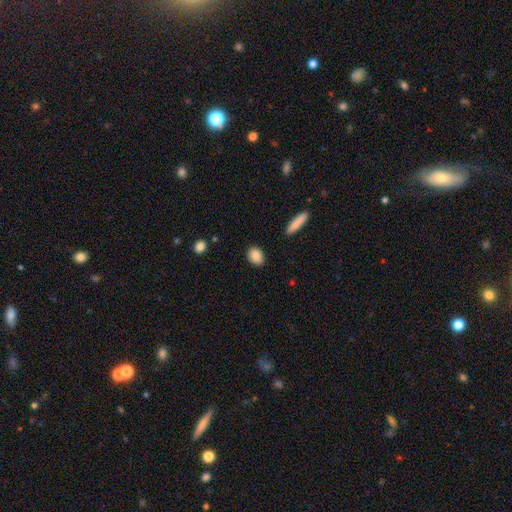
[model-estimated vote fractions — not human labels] A smooth galaxy with no disk features (88%) that is in between round and cigar-shaped (72%).

Vote fractions:
- Smooth or featured? smooth: 88% / star or artifact: 7% / featured or disk: 5%
- How rounded? in between: 72% / round: 26% / cigar-shaped: 2%
- Merging? none: 87% / minor disturbance: 9% / major disturbance: 2% / merger: 1%